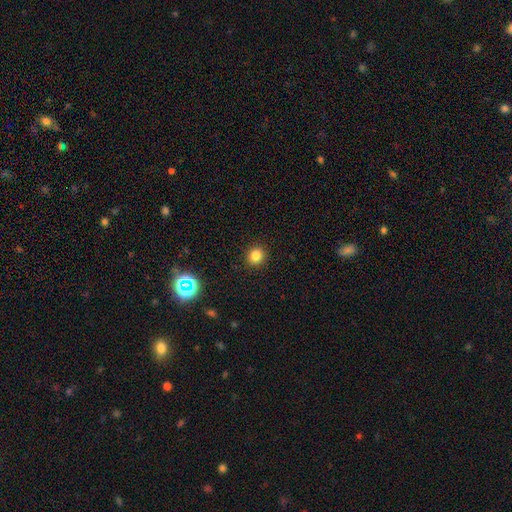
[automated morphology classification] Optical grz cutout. It shows a smooth galaxy with no disk features (81%) that is round (87%). Merging: none (92%).